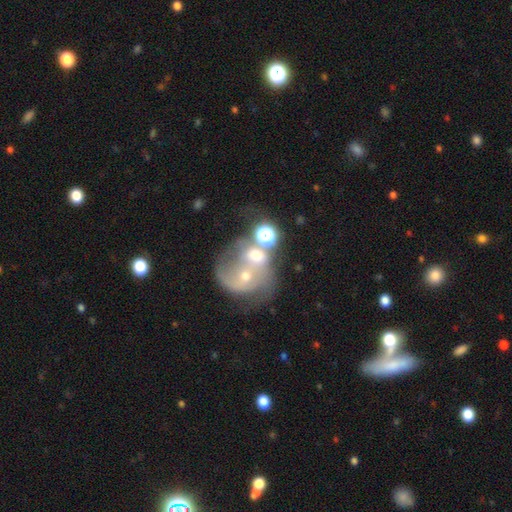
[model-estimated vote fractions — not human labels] This is likely a featured or disk galaxy (69%). It is clearly not viewed edge-on (97%). Bar: likely no (61%). Spiral arm pattern: clearly yes (82%). Spiral arm count: possibly 2 (60%). Spiral winding: marginally medium (43%). Central bulge: possibly small (55%). Merging: marginally none (37%).